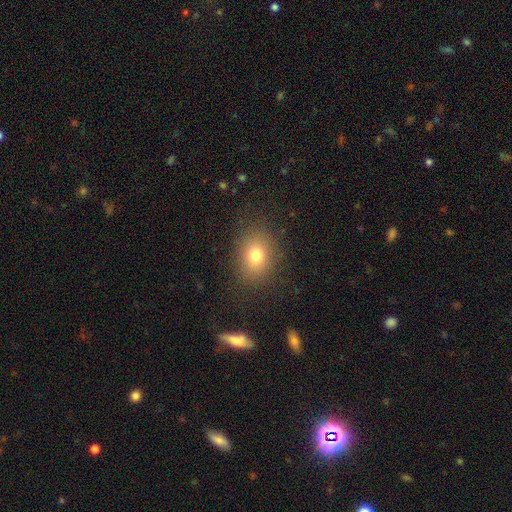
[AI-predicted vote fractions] A smooth galaxy with no disk features (77%) that is in between round and cigar-shaped (58%). Merging: none (84%).